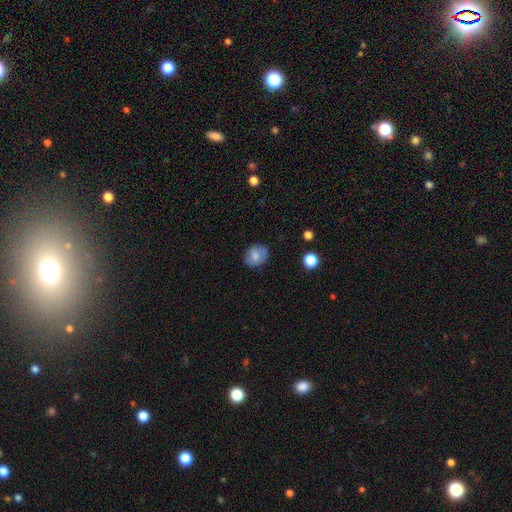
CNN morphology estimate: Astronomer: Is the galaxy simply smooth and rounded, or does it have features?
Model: smooth — 75%.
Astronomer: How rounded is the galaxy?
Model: round — 58% (runner-up: in between, 41%).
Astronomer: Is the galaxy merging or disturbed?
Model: none — 76%.